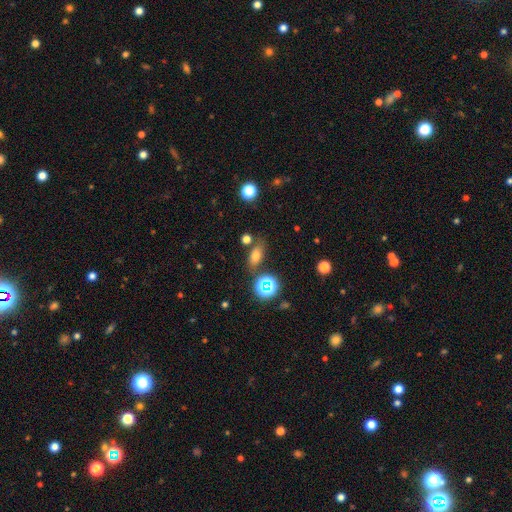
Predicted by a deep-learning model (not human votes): smooth_or_featured: smooth (p=0.69) [alt: star or artifact p=0.20]
how_rounded: in between (p=0.79) [alt: round p=0.14]
merging: none (p=0.72) [alt: minor disturbance p=0.14]